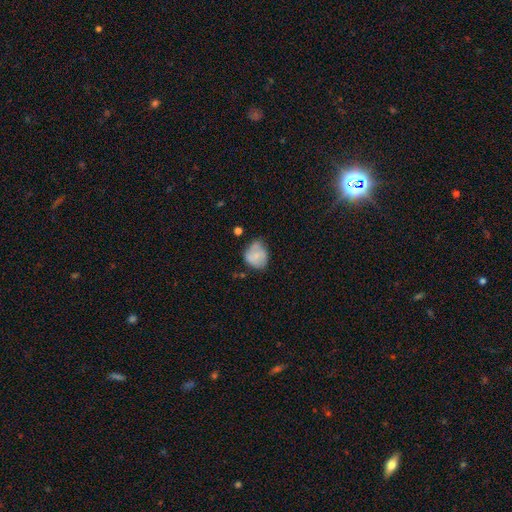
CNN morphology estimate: This is likely a smooth galaxy (69%). How rounded: possibly round (57%). Merging: marginally none (41%).